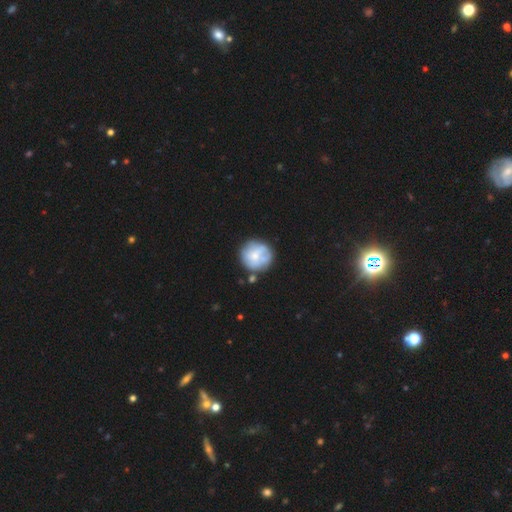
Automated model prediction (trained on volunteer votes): Morphology: type=smooth (54%); roundness=round (93%); merging=none (69%).